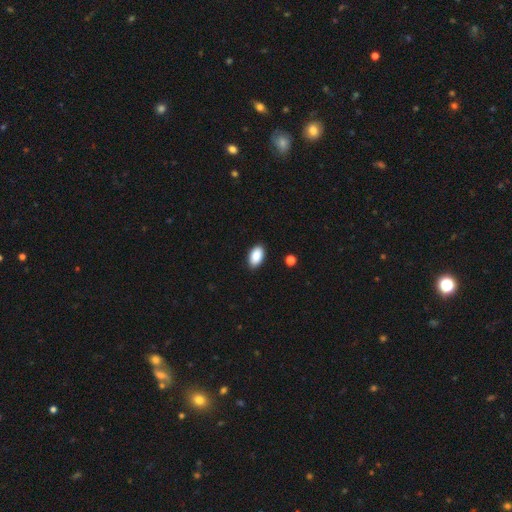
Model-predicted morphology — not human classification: A smooth galaxy with no disk features (89%) that is in between round and cigar-shaped (94%). Merging: none (89%).